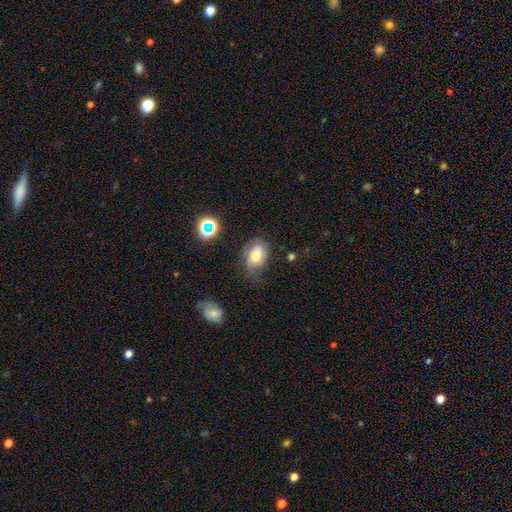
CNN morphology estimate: A smooth galaxy with no disk features (59%) that is in between round and cigar-shaped (77%). Merging: none (57%).